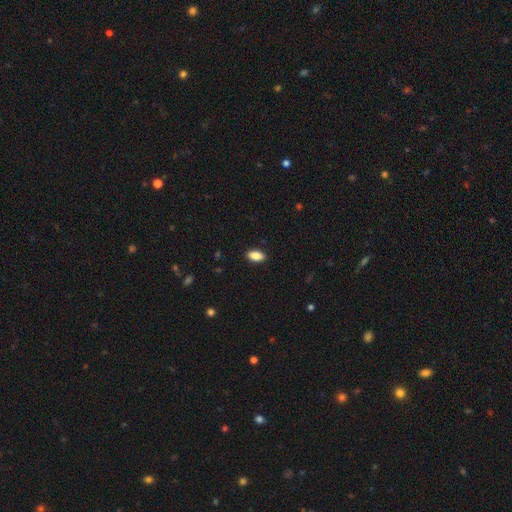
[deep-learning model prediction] Smooth or featured?
  - smooth: 86% *
  - star or artifact: 7%
  - featured or disk: 7%
How rounded?
  - in between: 91% *
  - cigar-shaped: 5%
  - round: 4%
Merging?
  - none: 90% *
  - minor disturbance: 8%
  - major disturbance: 2%
  - merger: 1%